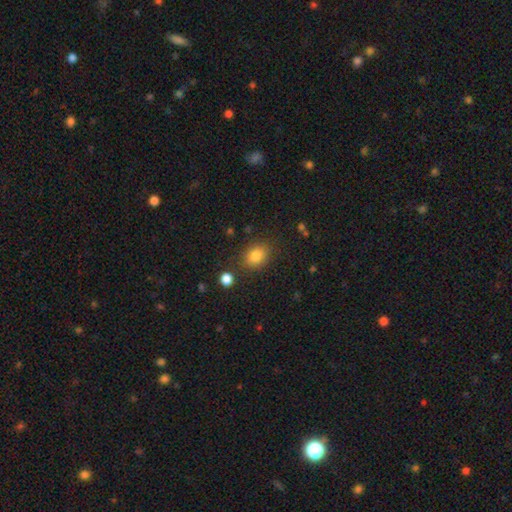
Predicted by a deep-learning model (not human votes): smooth 84%, star or artifact 10%, featured or disk 6%. Down the decision tree: how rounded — in between (61%); merging — none (80%).